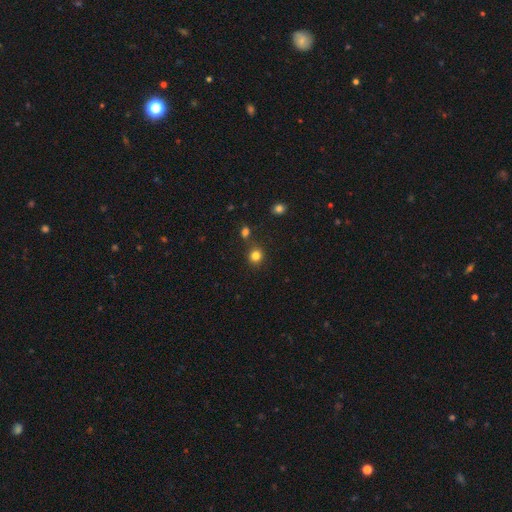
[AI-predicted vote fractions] A smooth galaxy with no disk features (82%) that is round (87%). Merging: none (80%).